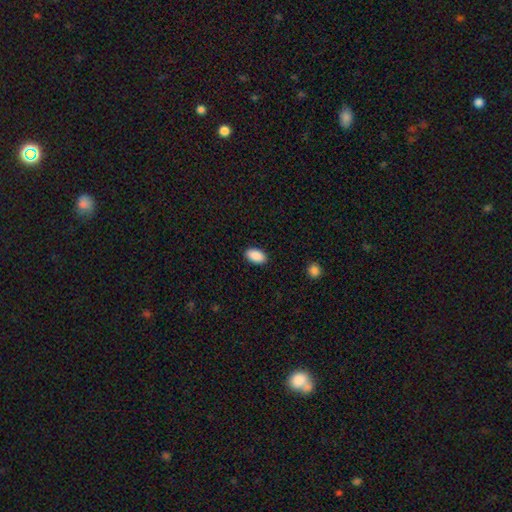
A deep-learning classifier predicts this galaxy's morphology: smooth 91%, star or artifact 7%, featured or disk 3%. Down the decision tree: how rounded — in between (94%); merging — none (90%).